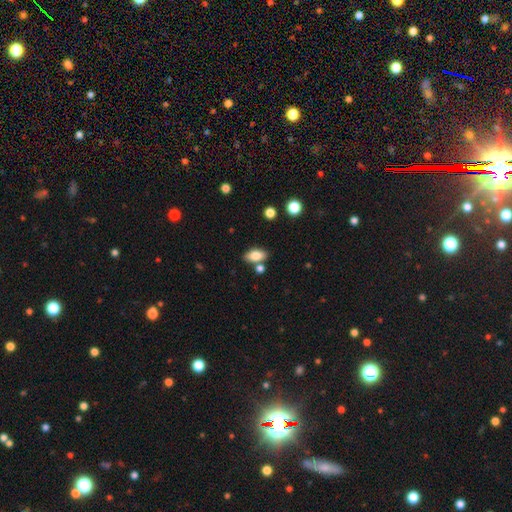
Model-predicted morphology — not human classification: smooth 81%, featured or disk 12%, star or artifact 8%. Down the decision tree: how rounded — in between (89%); merging — none (74%).